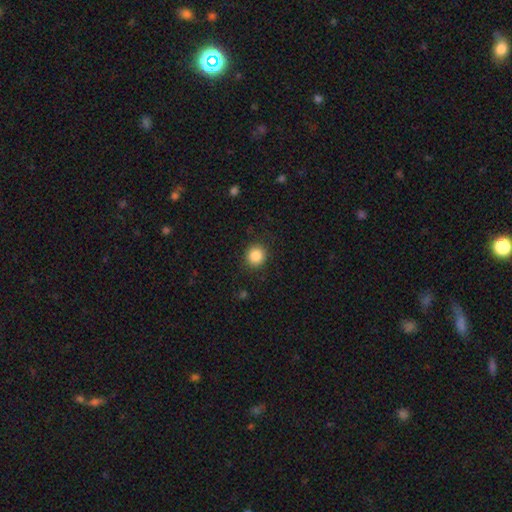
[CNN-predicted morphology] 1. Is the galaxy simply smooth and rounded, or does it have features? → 86% smooth, 10% star or artifact, 4% featured or disk.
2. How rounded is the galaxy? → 90% round, 9% in between, 1% cigar-shaped.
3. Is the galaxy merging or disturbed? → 89% none, 7% minor disturbance, 3% major disturbance, 1% merger.